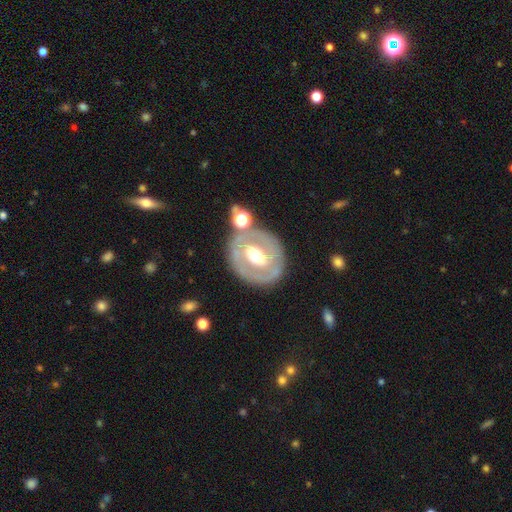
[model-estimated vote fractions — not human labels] Smooth or featured? featured or disk (67%)
Edge-on disk? no (94%)
Bar? weak (37%)
Spiral arms? no (66%)
Bulge size? moderate (69%)
Merging? none (72%)